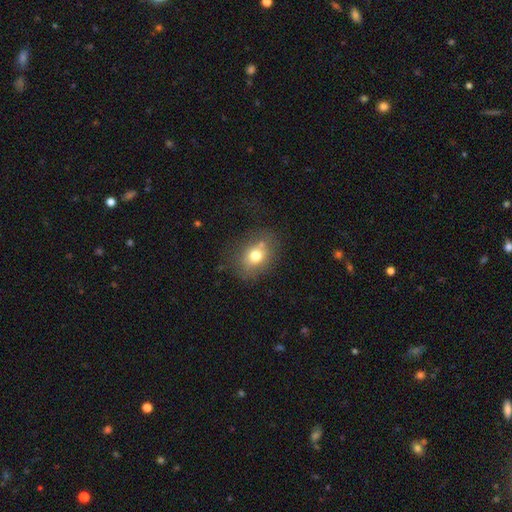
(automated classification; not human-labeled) This appears to be a smooth galaxy with no disk features (72%) that is in between round and cigar-shaped (52%). Merging: none (67%).